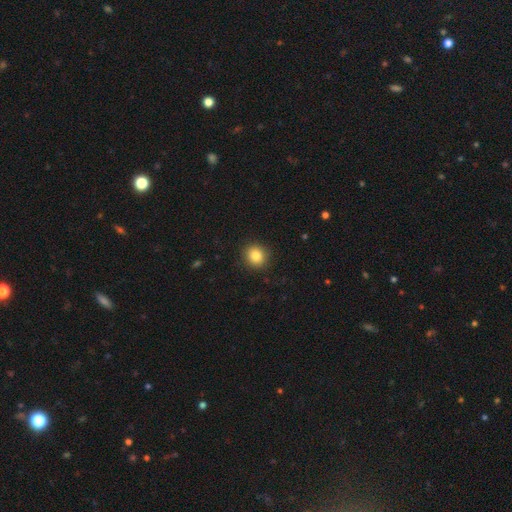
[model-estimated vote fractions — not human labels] Smooth or featured? Predicted: smooth (p=0.84). How rounded? Predicted: round (p=0.83). Merging? Predicted: none (p=0.90).